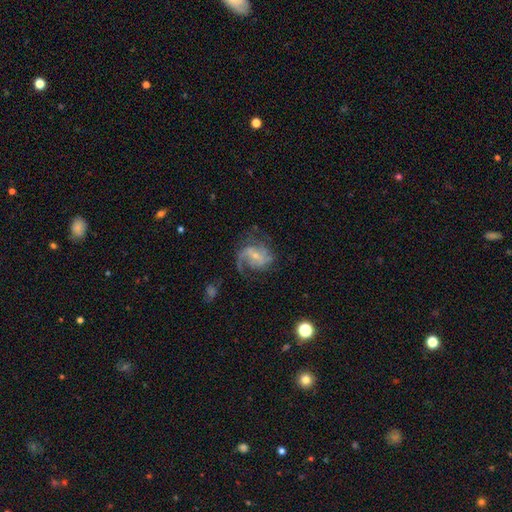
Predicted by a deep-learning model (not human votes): featured or disk 80%, smooth 13%, star or artifact 7%. Down the decision tree: edge-on disk — no (98%); bar — weak (49%); spiral arms — yes (92%); spiral arm count — 2 (49%); spiral winding — medium (43%); bulge size — small (66%); merging — none (53%).